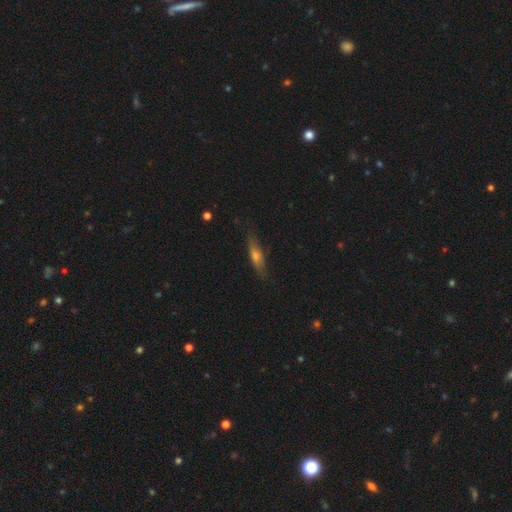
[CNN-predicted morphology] Smooth or featured: featured or disk — 52% (smooth — 39%)
Edge-on disk: yes — 89% (no — 11%)
Merging: none — 82% (minor disturbance — 14%)